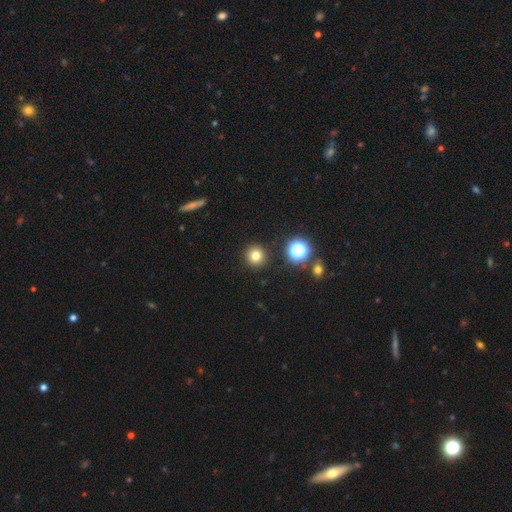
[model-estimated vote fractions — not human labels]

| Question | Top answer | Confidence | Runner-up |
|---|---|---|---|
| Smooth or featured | smooth | 77% | star or artifact (16%) |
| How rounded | round | 95% | in between (4%) |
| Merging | none | 91% | minor disturbance (5%) |